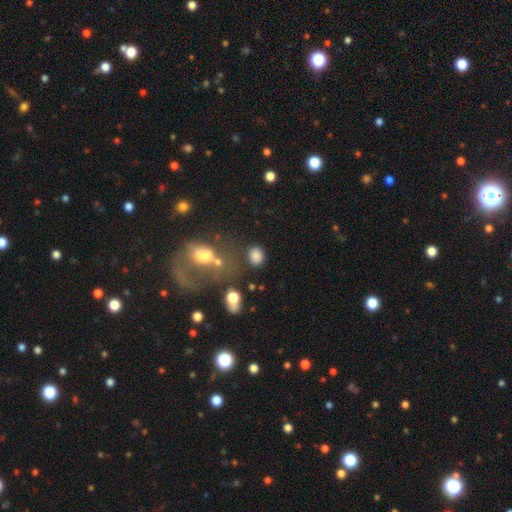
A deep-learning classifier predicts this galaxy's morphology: A smooth galaxy with no disk features (81%) that is in between round and cigar-shaped (56%).

Vote fractions:
- Smooth or featured? smooth: 81% / star or artifact: 12% / featured or disk: 7%
- How rounded? in between: 56% / round: 42% / cigar-shaped: 2%
- Merging? none: 66% / minor disturbance: 15% / merger: 10% / major disturbance: 9%